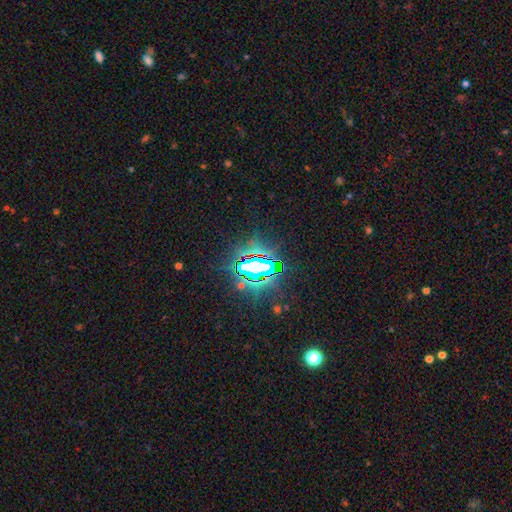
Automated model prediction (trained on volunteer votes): Smooth or featured?
  - star or artifact: 85% *
  - smooth: 8%
  - featured or disk: 7%